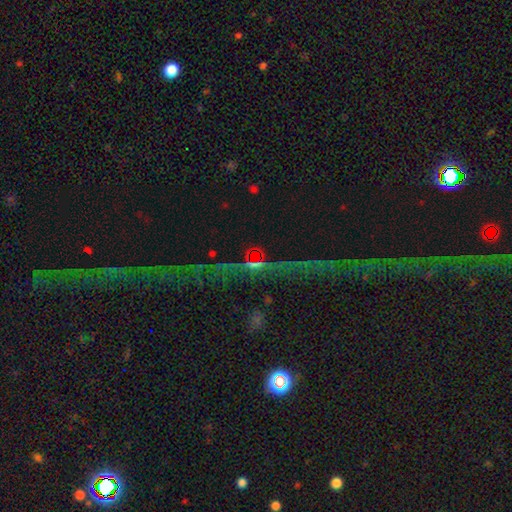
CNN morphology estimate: type=star or artifact (77%).